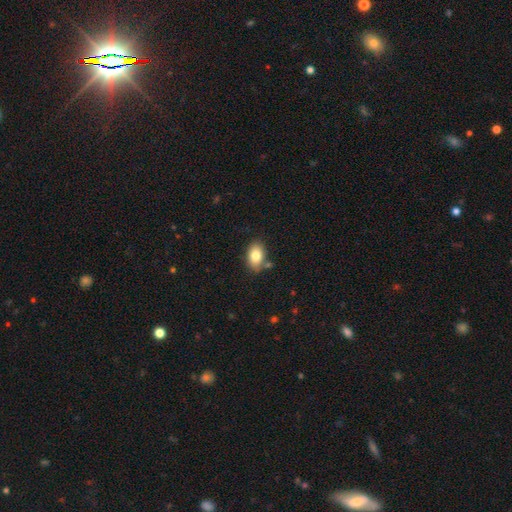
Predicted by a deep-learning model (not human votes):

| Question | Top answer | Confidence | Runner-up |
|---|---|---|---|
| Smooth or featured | smooth | 81% | featured or disk (11%) |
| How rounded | in between | 86% | round (13%) |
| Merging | none | 78% | minor disturbance (13%) |